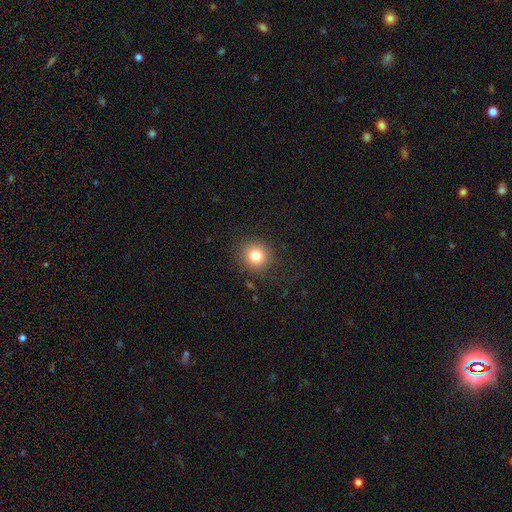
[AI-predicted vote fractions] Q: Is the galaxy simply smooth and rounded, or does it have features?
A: smooth — 80%.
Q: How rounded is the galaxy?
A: round — 90%.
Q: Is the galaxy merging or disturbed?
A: none — 87%.